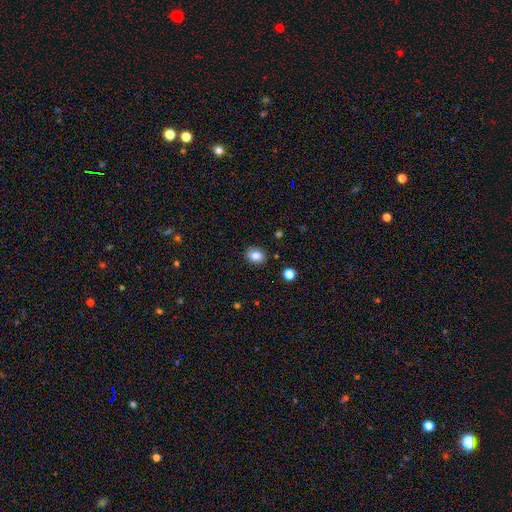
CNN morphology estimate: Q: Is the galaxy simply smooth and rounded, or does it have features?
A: smooth — 85%.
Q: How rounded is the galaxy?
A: in between — 64%.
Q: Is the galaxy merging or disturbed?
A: none — 87%.